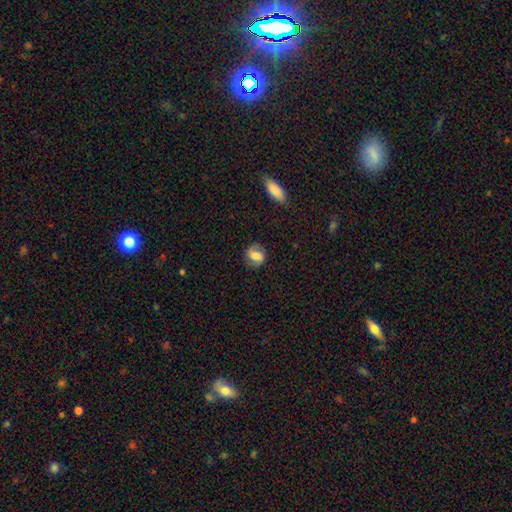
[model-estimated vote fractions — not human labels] Smooth or featured? Predicted: smooth (p=0.46). Merging? Predicted: none (p=0.81).